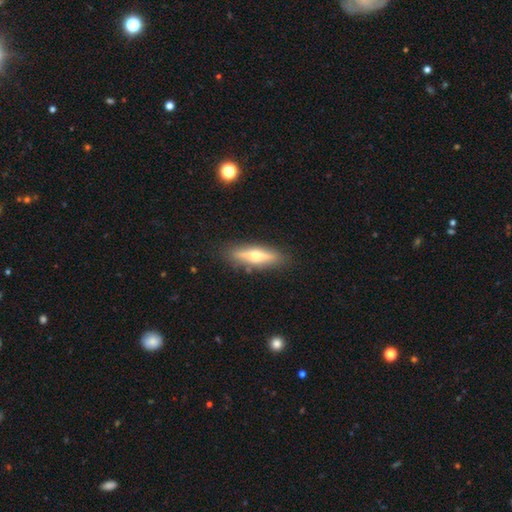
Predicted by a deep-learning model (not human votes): Q: Smooth or featured?
A: featured or disk (56%); runner-up: smooth (37%)
Q: Edge-on disk?
A: yes (92%); runner-up: no (8%)
Q: Edge-on bulge?
A: rounded (91%); runner-up: none (5%)
Q: Merging?
A: none (87%); runner-up: minor disturbance (9%)